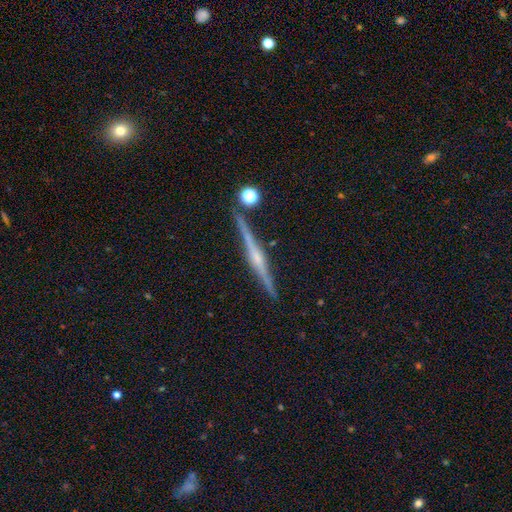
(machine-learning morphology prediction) Smooth or featured? featured or disk (82%)
Edge-on disk? yes (98%)
Edge-on bulge? rounded (71%)
Merging? none (88%)